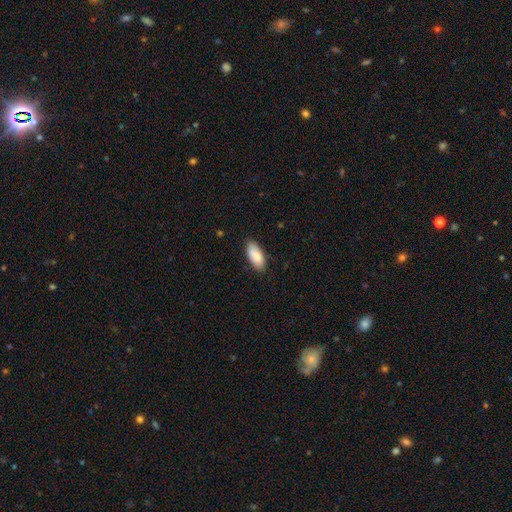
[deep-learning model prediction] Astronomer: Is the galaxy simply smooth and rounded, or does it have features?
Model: smooth — 85%.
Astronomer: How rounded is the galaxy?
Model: in between — 88%.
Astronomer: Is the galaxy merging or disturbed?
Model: none — 82%.